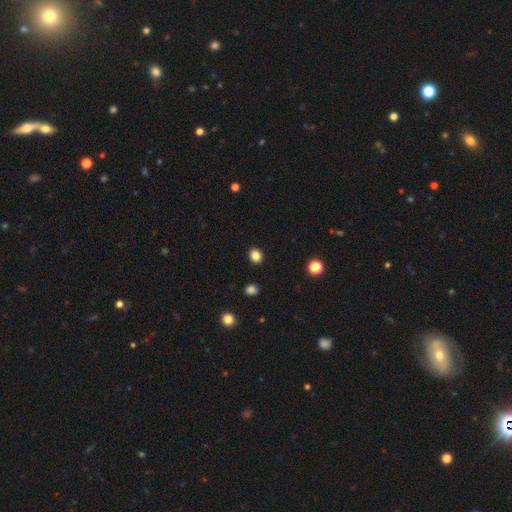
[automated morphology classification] smooth_or_featured: smooth (p=0.85) [alt: star or artifact p=0.11]
how_rounded: round (p=0.63) [alt: in between p=0.36]
merging: none (p=0.91) [alt: minor disturbance p=0.06]